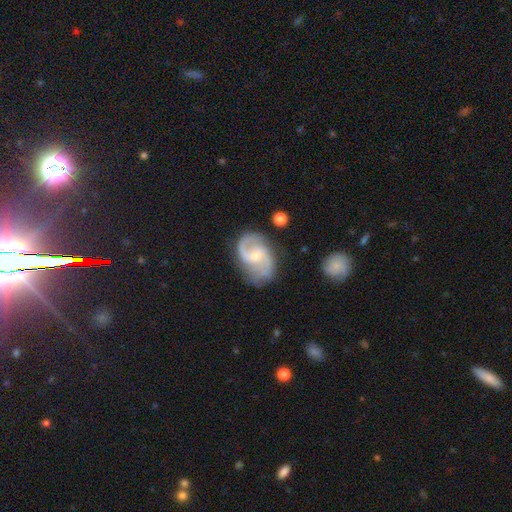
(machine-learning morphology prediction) Smooth or featured?
  - featured or disk: 87% *
  - smooth: 8%
  - star or artifact: 5%
Edge-on disk?
  - no: 98% *
  - yes: 2%
Bar?
  - weak: 47% *
  - no: 43%
  - strong: 9%
Spiral arms?
  - yes: 97% *
  - no: 3%
Spiral winding?
  - medium: 52% *
  - loose: 33%
  - tight: 15%
Spiral arm count?
  - 2: 88% *
  - can't tell: 4%
  - 1: 3%
  - 3: 3%
  - 4: 1%
  - more than 4: 1%
Bulge size?
  - small: 55% *
  - moderate: 40%
  - none: 3%
  - large: 2%
  - dominant: 1%
Merging?
  - none: 72% *
  - minor disturbance: 18%
  - major disturbance: 7%
  - merger: 3%